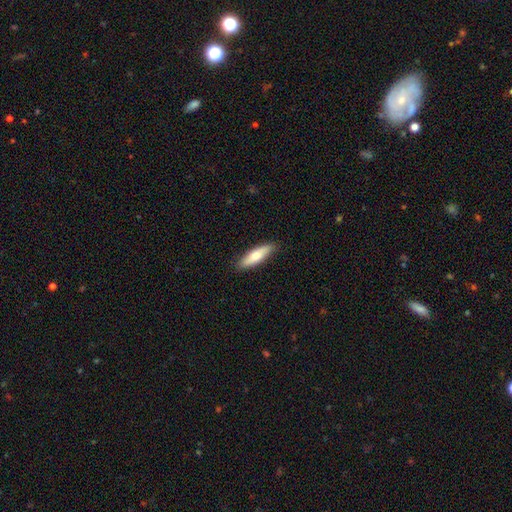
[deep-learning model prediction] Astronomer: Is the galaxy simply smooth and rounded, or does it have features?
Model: smooth — 65%.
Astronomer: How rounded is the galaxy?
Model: cigar-shaped — 60% (runner-up: in between, 38%).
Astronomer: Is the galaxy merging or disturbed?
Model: none — 88%.